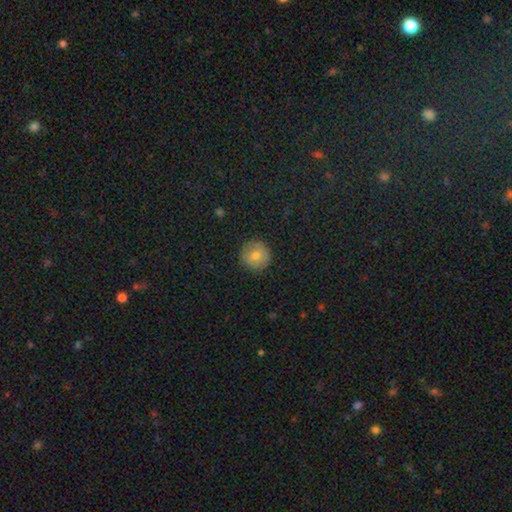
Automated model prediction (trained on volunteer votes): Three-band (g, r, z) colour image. It shows a smooth galaxy with no disk features (76%) that is round (95%). Merging: none (89%).